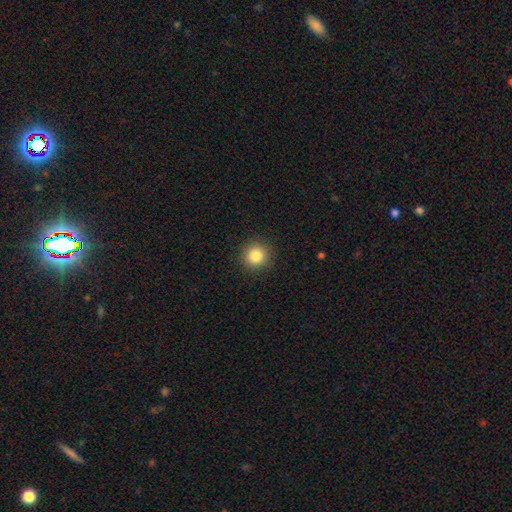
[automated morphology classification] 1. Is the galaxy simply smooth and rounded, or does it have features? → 84% smooth, 11% star or artifact, 5% featured or disk.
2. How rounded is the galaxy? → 92% round, 7% in between, 1% cigar-shaped.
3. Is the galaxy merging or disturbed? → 91% none, 6% minor disturbance, 2% major disturbance, 1% merger.